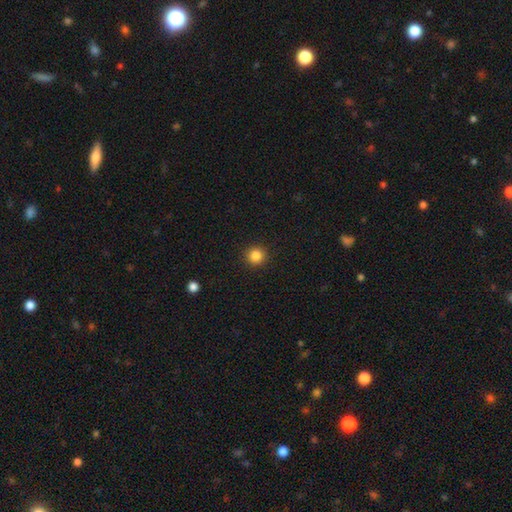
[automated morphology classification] This appears to be a smooth galaxy with no disk features (85%) that is round (95%). Merging: none (92%).